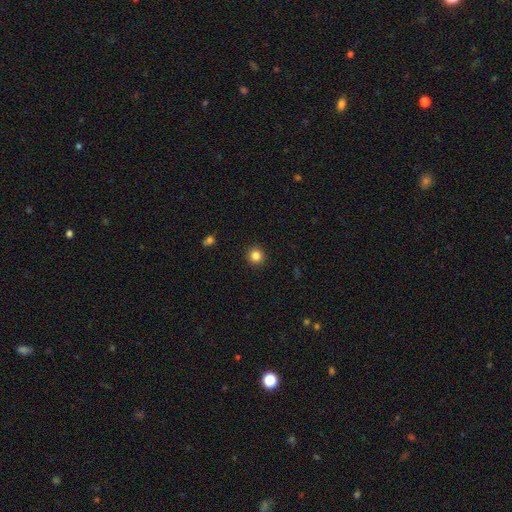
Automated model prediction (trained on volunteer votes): The model was most divided on "smooth or featured": smooth: 84%, star or artifact: 11%, featured or disk: 5%. More confident: how rounded — round (94%); merging — none (93%).